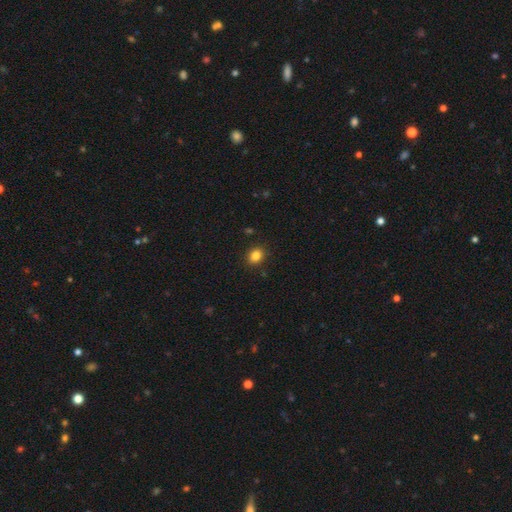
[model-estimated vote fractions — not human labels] This is clearly a smooth galaxy (84%). How rounded: possibly round (56%). Merging: clearly none (89%).